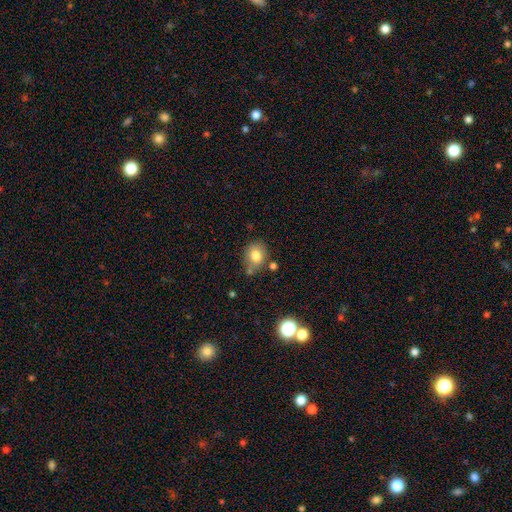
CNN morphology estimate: smooth 79%, featured or disk 11%, star or artifact 10%. Down the decision tree: how rounded — round (57%); merging — none (62%).